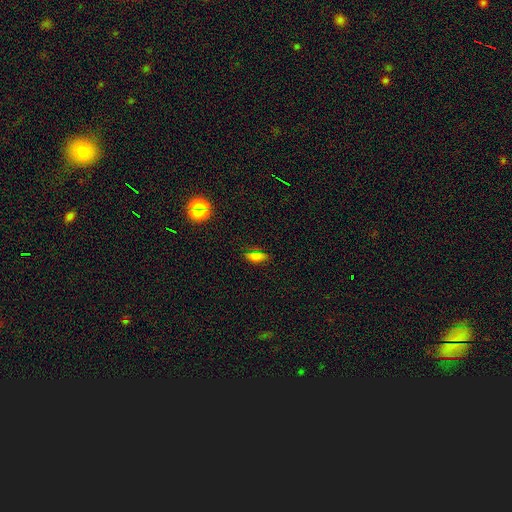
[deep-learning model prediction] Overall: smooth (66%). How rounded: in between (81%). Merging: none (82%).